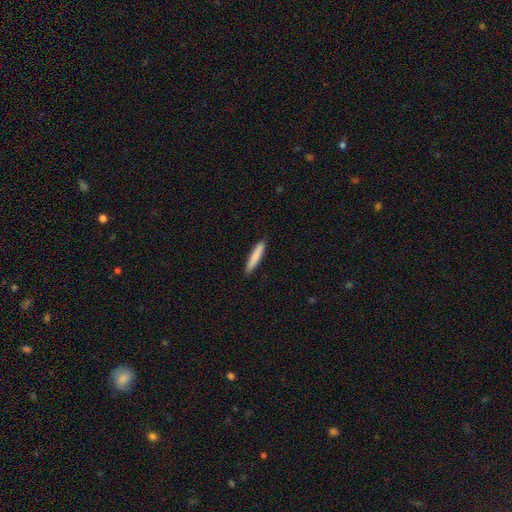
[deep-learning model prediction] smooth 84%, featured or disk 10%, star or artifact 6%. Down the decision tree: how rounded — cigar-shaped (92%); merging — none (91%).